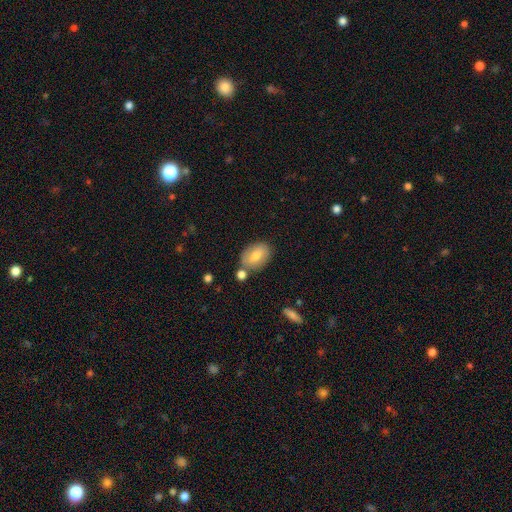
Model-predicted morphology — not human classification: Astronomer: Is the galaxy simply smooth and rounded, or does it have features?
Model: smooth — 73%.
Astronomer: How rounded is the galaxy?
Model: in between — 84%.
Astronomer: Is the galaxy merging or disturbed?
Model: none — 71%.